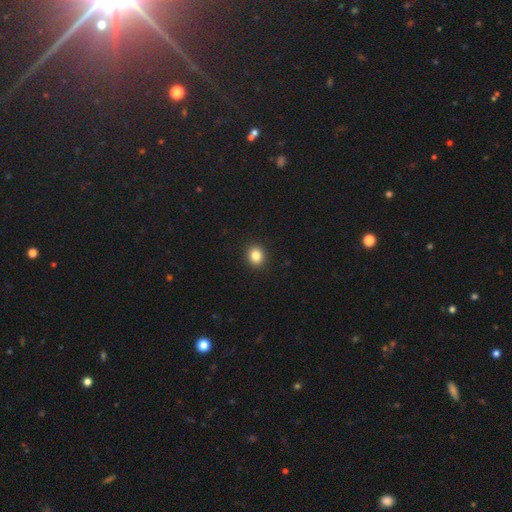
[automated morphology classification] This is clearly a smooth galaxy (85%). How rounded: likely round (68%). Merging: clearly none (92%).